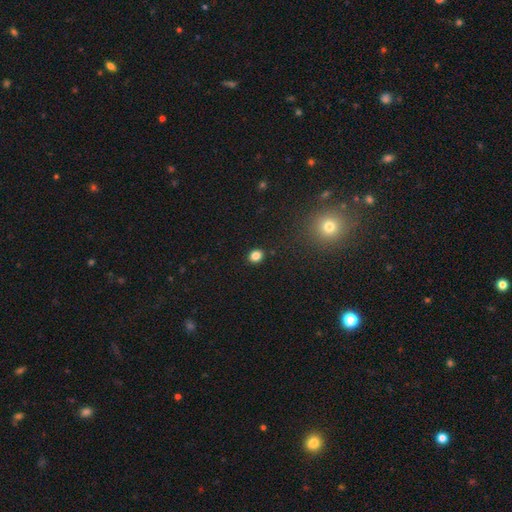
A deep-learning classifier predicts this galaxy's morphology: Smooth or featured? Predicted: smooth (p=0.83). How rounded? Predicted: round (p=0.67). Merging? Predicted: none (p=0.89).